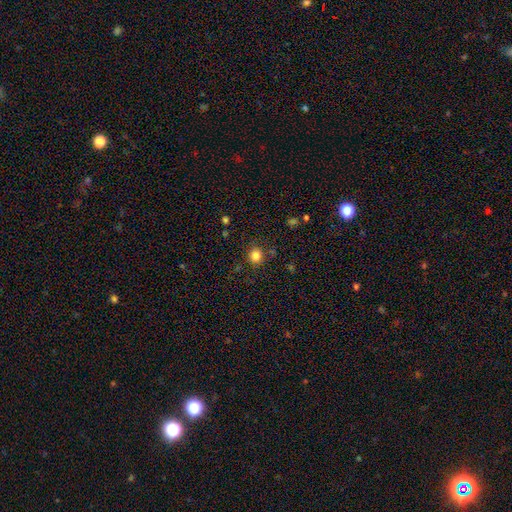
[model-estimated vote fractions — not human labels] This is clearly a smooth galaxy (82%). How rounded: clearly round (87%). Merging: clearly none (85%).